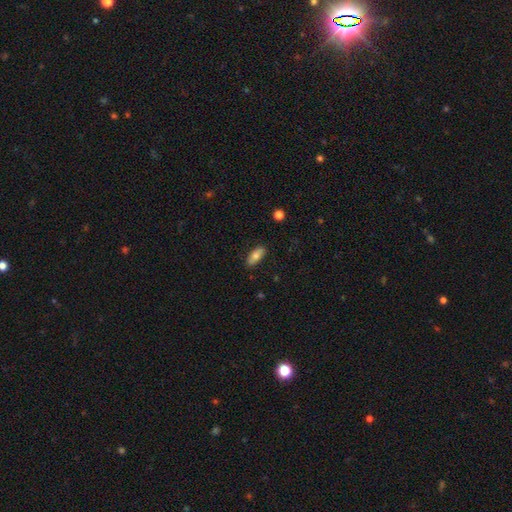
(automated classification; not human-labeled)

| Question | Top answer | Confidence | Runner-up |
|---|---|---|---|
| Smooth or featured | smooth | 72% | featured or disk (21%) |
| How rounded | in between | 77% | cigar-shaped (20%) |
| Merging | none | 84% | minor disturbance (12%) |